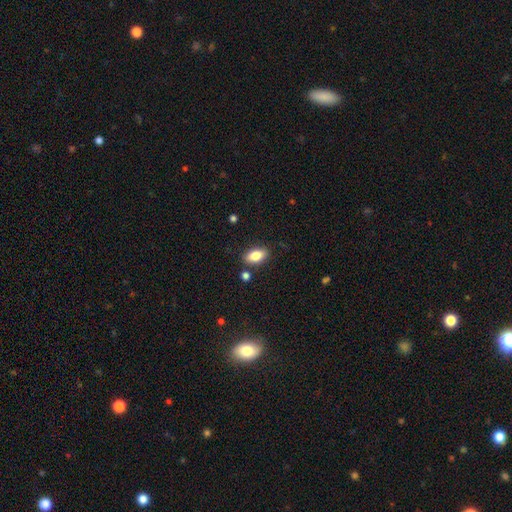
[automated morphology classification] Smooth or featured?
  - smooth: 82% *
  - featured or disk: 10%
  - star or artifact: 7%
How rounded?
  - in between: 90% *
  - round: 5%
  - cigar-shaped: 5%
Merging?
  - none: 83% *
  - minor disturbance: 10%
  - merger: 4%
  - major disturbance: 2%